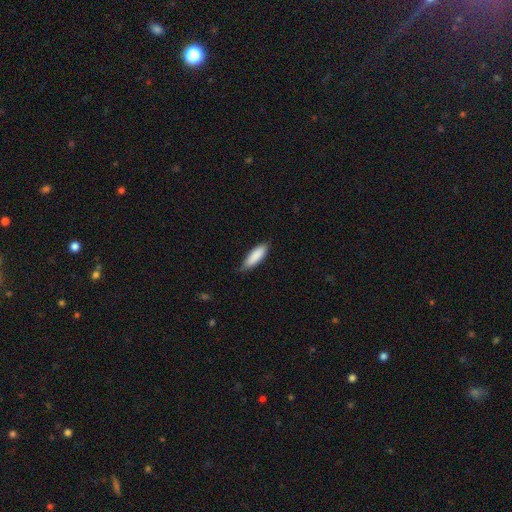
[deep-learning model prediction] A smooth galaxy with no disk features (88%) that is in between round and cigar-shaped (51%).

Vote fractions:
- Smooth or featured? smooth: 88% / featured or disk: 7% / star or artifact: 6%
- How rounded? in between: 51% / cigar-shaped: 47% / round: 1%
- Merging? none: 79% / minor disturbance: 18% / major disturbance: 3% / merger: 1%